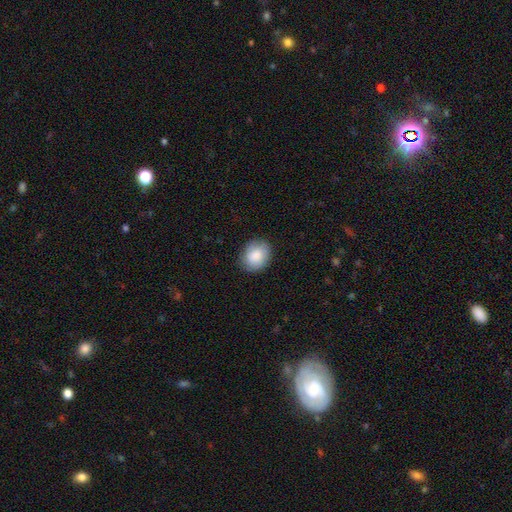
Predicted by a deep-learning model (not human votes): The model was most divided on "how rounded": round: 54%, in between: 45%, cigar-shaped: 1%. More confident: smooth or featured — smooth (85%); merging — none (82%).